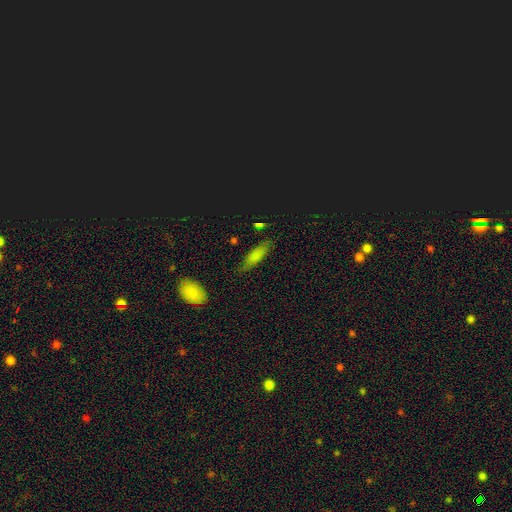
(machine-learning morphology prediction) A smooth galaxy with no disk features (72%) that is in between round and cigar-shaped (53%).

Vote fractions:
- Smooth or featured? smooth: 72% / featured or disk: 14% / star or artifact: 14%
- How rounded? in between: 53% / cigar-shaped: 44% / round: 3%
- Merging? none: 75% / minor disturbance: 19% / major disturbance: 4% / merger: 2%